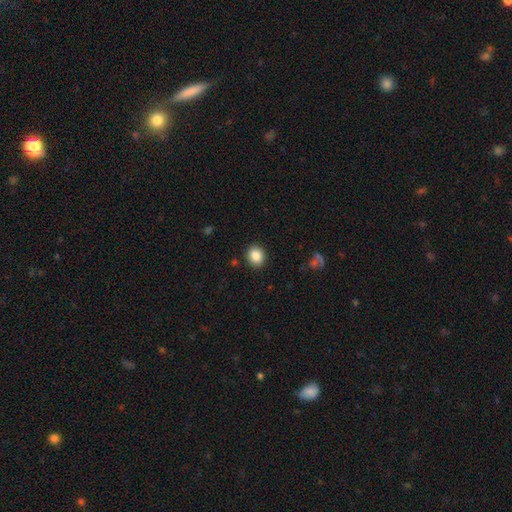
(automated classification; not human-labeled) smooth_or_featured: smooth (p=0.85) [alt: star or artifact p=0.09]
how_rounded: round (p=0.72) [alt: in between p=0.27]
merging: none (p=0.91) [alt: minor disturbance p=0.06]